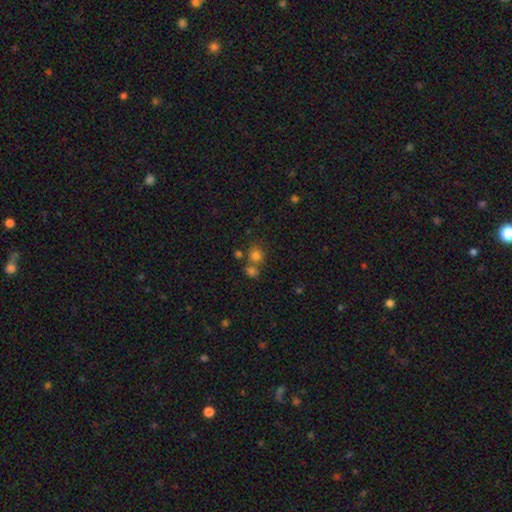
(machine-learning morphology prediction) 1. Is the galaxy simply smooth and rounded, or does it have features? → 76% smooth, 16% star or artifact, 8% featured or disk.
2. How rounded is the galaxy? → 83% round, 16% in between, 1% cigar-shaped.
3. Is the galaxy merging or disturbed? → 56% none, 31% merger, 9% minor disturbance, 4% major disturbance.